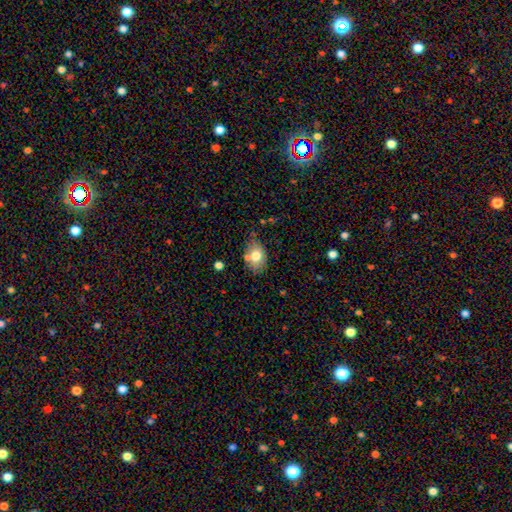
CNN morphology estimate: The model was most divided on "merging": none: 69%, minor disturbance: 19%, merger: 8%, major disturbance: 4%. More confident: how rounded — in between (80%); smooth or featured — smooth (74%).